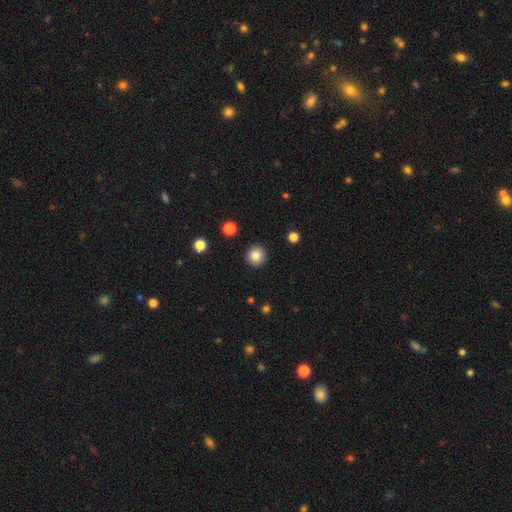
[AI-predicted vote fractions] Morphology: type=smooth (84%); roundness=round (94%); merging=none (92%).